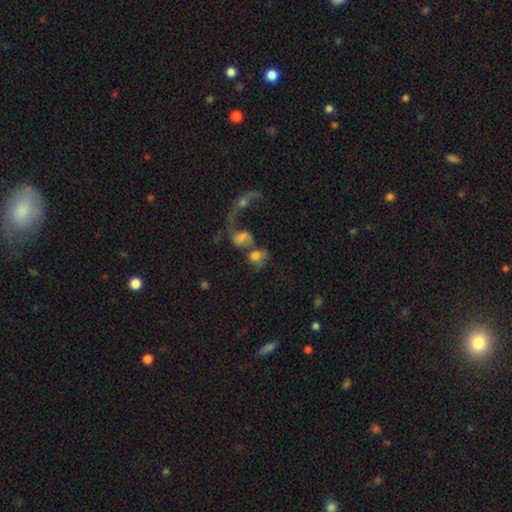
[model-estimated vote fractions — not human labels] This appears to be a smooth galaxy with no disk features (58%) that is in between round and cigar-shaped (50%). Merging: merger (60%).